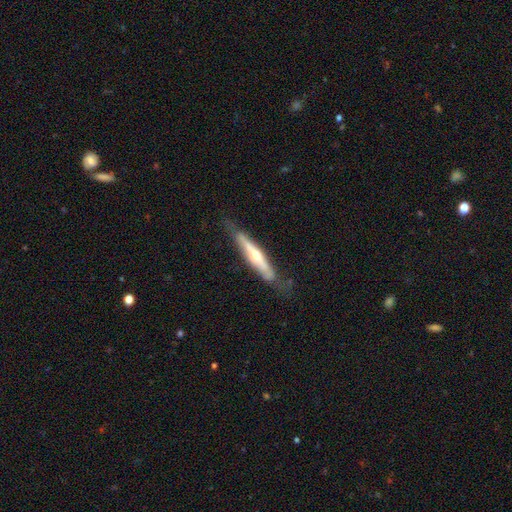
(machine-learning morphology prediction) featured or disk 62%, smooth 33%, star or artifact 5%. Down the decision tree: edge-on disk — yes (84%); edge-on bulge — rounded (78%); merging — none (69%).